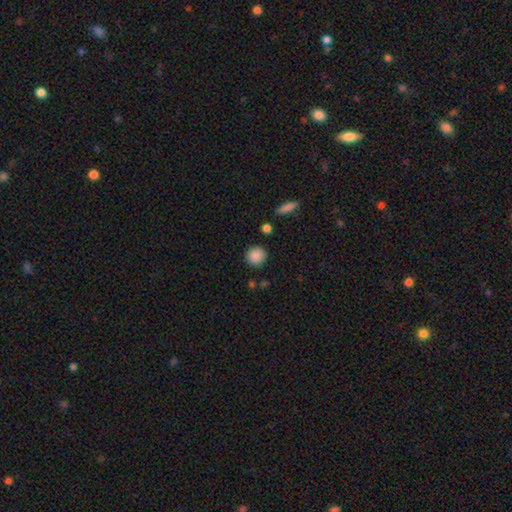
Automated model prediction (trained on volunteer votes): This is clearly a smooth galaxy (88%). How rounded: clearly round (91%). Merging: clearly none (87%).